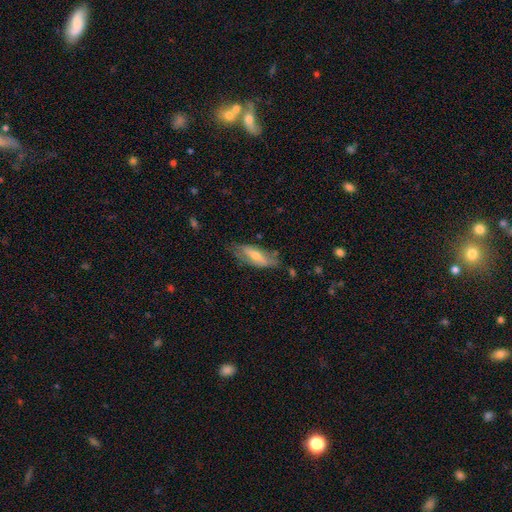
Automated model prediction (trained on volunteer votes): This is possibly a featured or disk galaxy (50%). It is likely not viewed edge-on (69%). Merging: likely none (63%).